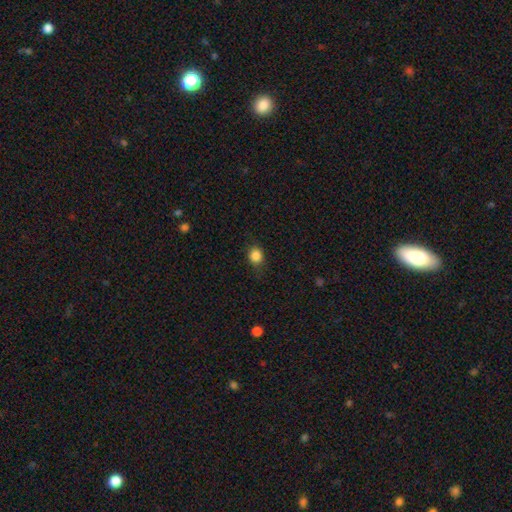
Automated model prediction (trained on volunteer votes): Smooth or featured?
  - smooth: 85% *
  - star or artifact: 11%
  - featured or disk: 4%
How rounded?
  - round: 71% *
  - in between: 28%
  - cigar-shaped: 1%
Merging?
  - none: 79% *
  - minor disturbance: 16%
  - major disturbance: 4%
  - merger: 1%